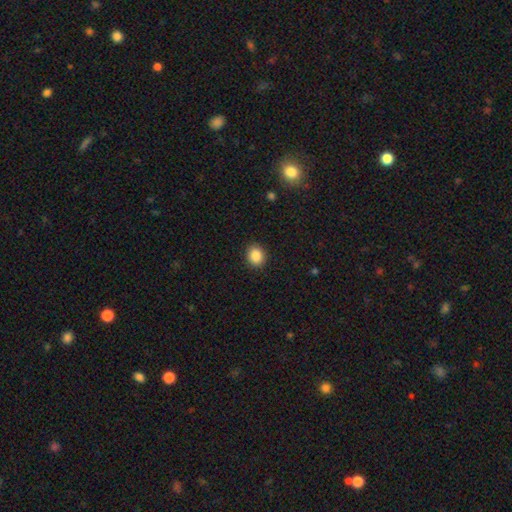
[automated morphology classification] The model was most divided on "how rounded": round: 68%, in between: 32%, cigar-shaped: 1%. More confident: merging — none (91%); smooth or featured — smooth (87%).